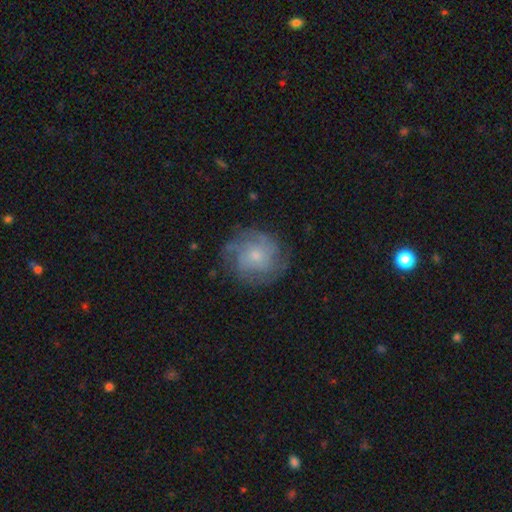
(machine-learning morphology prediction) Smooth or featured: featured or disk — 63% (smooth — 28%)
Edge-on disk: no — 98% (yes — 2%)
Bar: no — 80% (weak — 18%)
Spiral arms: yes — 87% (no — 13%)
Spiral winding: tight — 52% (medium — 35%)
Spiral arm count: can't tell — 40% (4 — 18%)
Bulge size: small — 63% (moderate — 29%)
Merging: none — 74% (minor disturbance — 16%)